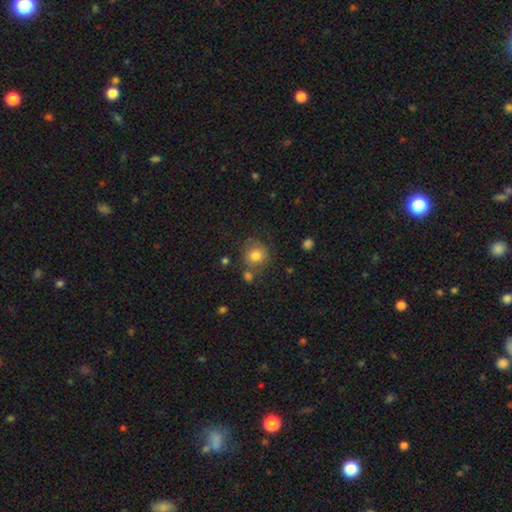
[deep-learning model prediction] A smooth galaxy with no disk features (79%) that is round (88%). Merging: none (70%).